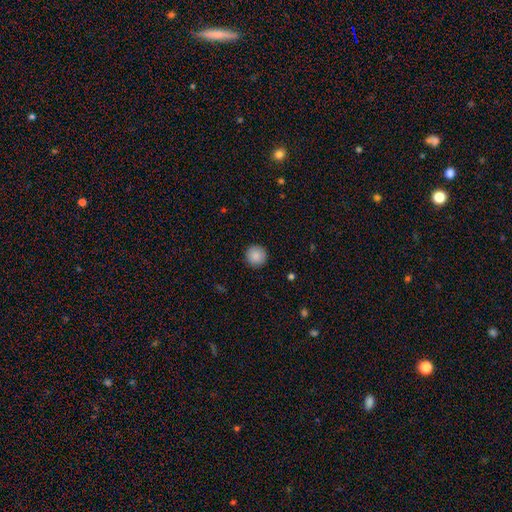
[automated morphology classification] Q: Smooth or featured?
A: smooth (88%); runner-up: star or artifact (8%)
Q: How rounded?
A: round (96%); runner-up: in between (4%)
Q: Merging?
A: none (92%); runner-up: minor disturbance (5%)